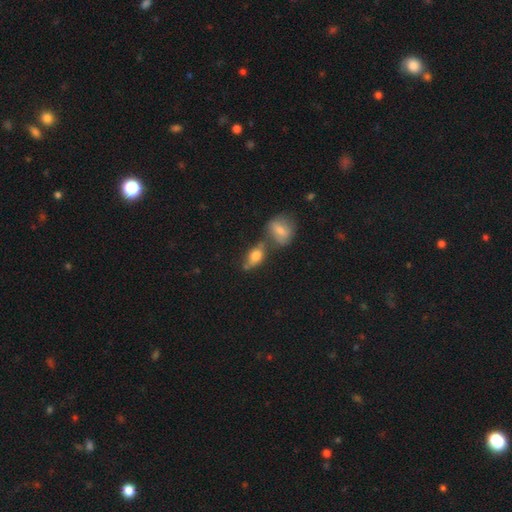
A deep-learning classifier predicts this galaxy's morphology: This is likely a smooth galaxy (73%). How rounded: likely in between (78%). Merging: possibly none (45%).